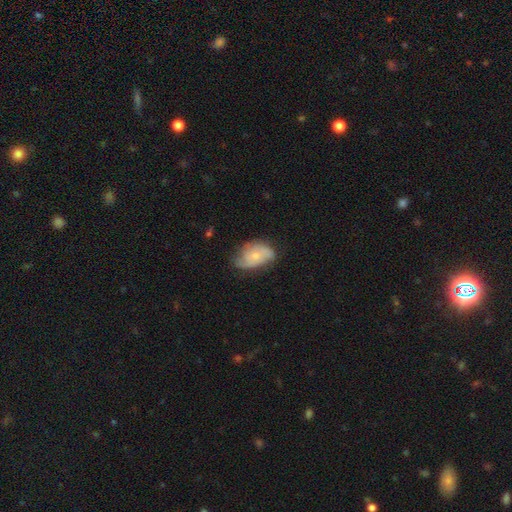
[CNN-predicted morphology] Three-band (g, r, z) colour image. It shows a featured or disk galaxy (55%) with no bar (78%), spiral arms (81%) and a small central bulge (60%). Merging: none (54%).